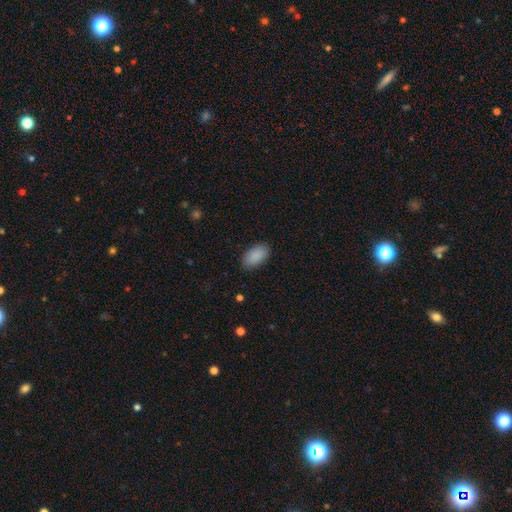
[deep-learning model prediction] The model was most divided on "merging": none: 87%, minor disturbance: 9%, major disturbance: 2%, merger: 1%. More confident: how rounded — in between (94%); smooth or featured — smooth (90%).